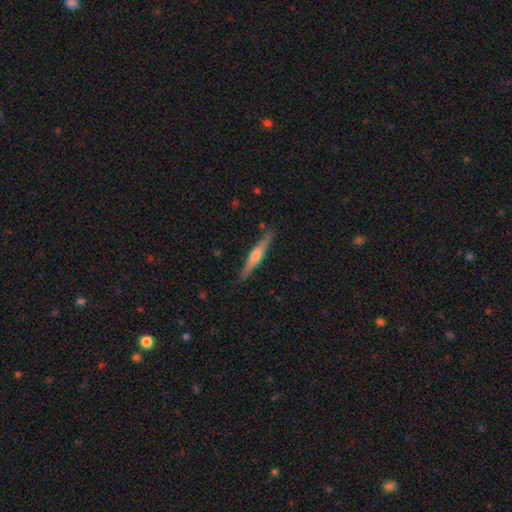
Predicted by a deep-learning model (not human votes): This appears to be a featured or disk galaxy (66%) viewed edge-on (97%) with a rounded central bulge (85%). Merging: none (88%).